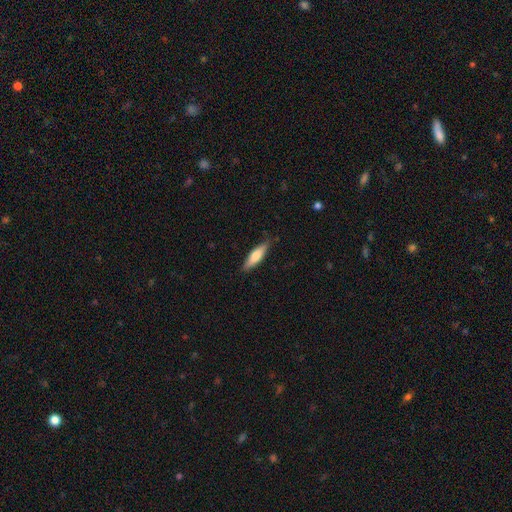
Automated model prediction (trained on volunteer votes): Smooth or featured: smooth — 65% (featured or disk — 29%)
How rounded: cigar-shaped — 65% (in between — 34%)
Merging: none — 85% (minor disturbance — 12%)